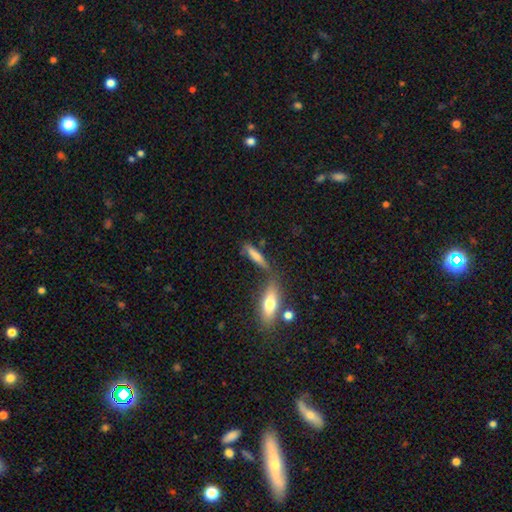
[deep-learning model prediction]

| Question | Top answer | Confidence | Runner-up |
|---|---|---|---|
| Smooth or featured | smooth | 71% | featured or disk (21%) |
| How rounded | cigar-shaped | 76% | in between (22%) |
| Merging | none | 58% | merger (22%) |